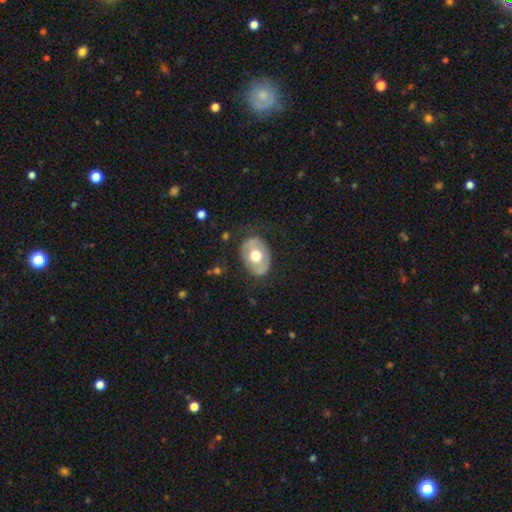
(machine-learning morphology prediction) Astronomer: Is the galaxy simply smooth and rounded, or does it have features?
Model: smooth — 52% (runner-up: featured or disk, 42%).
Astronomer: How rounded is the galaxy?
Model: in between — 72%.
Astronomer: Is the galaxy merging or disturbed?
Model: none — 76%.